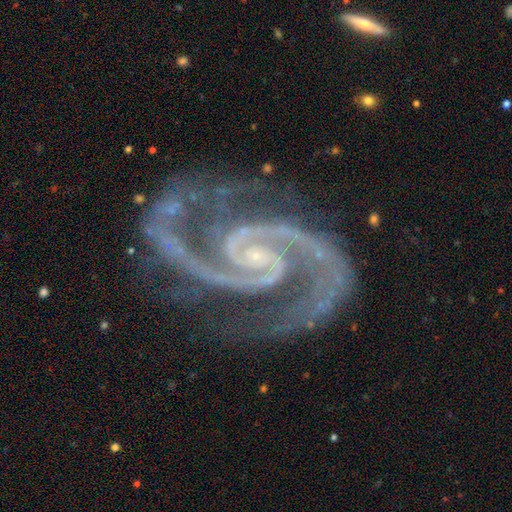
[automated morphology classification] Q: Smooth or featured?
A: featured or disk (95%); runner-up: star or artifact (3%)
Q: Edge-on disk?
A: no (98%); runner-up: yes (2%)
Q: Bar?
A: no (41%); runner-up: weak (39%)
Q: Spiral arms?
A: yes (99%); runner-up: no (1%)
Q: Spiral winding?
A: medium (59%); runner-up: tight (33%)
Q: Spiral arm count?
A: 2 (93%); runner-up: 3 (2%)
Q: Bulge size?
A: small (78%); runner-up: none (10%)
Q: Merging?
A: none (72%); runner-up: minor disturbance (17%)